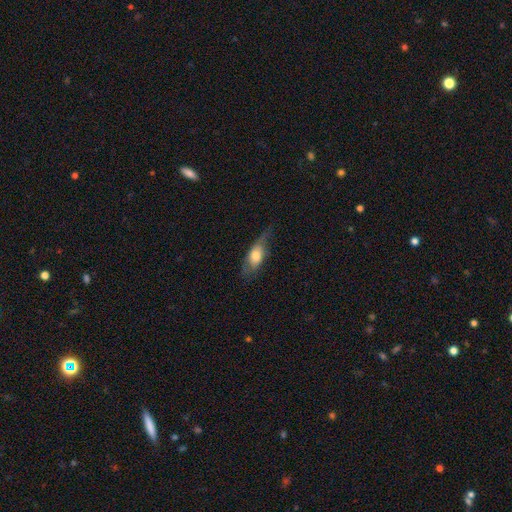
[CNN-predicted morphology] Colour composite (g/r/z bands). It shows a smooth galaxy with no disk features (56%) that is in between round and cigar-shaped (73%). Merging: none (49%).